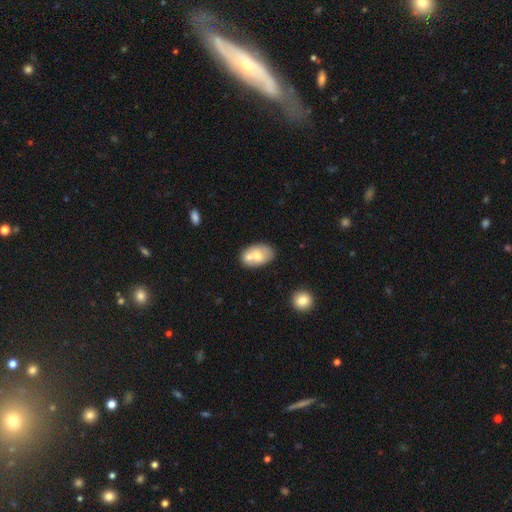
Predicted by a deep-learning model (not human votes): smooth-or-featured: smooth: 66% | featured or disk: 27% | star or artifact: 7%
  how-rounded: in between: 86% | round: 13% | cigar-shaped: 1%
  merging: none: 46% | merger: 37% | minor disturbance: 13% | major disturbance: 4%